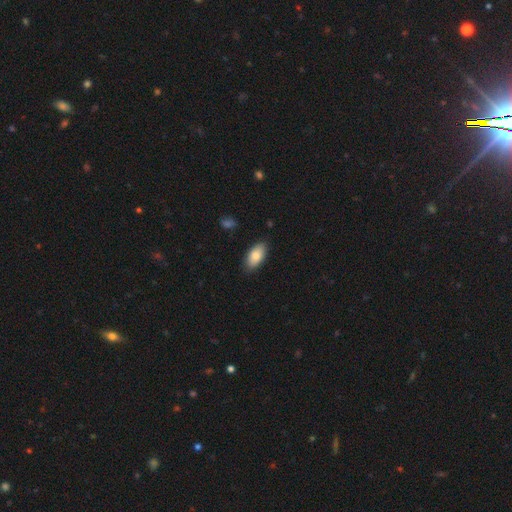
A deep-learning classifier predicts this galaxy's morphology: Smooth or featured? smooth (83%)
How rounded? in between (93%)
Merging? none (84%)